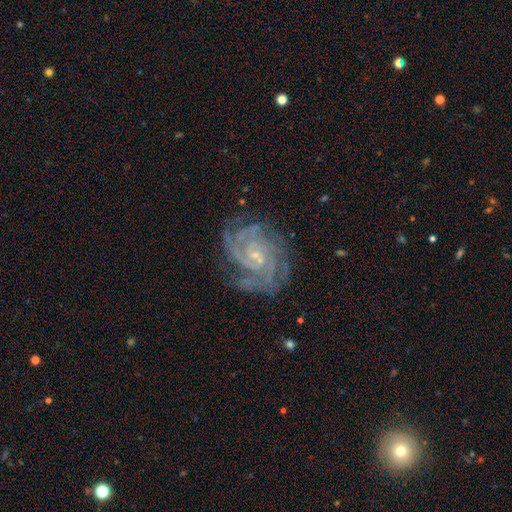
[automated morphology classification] Smooth or featured?
  - featured or disk: 89% *
  - star or artifact: 7%
  - smooth: 4%
Edge-on disk?
  - no: 98% *
  - yes: 2%
Bar?
  - no: 51% *
  - weak: 38%
  - strong: 11%
Spiral arms?
  - yes: 98% *
  - no: 2%
Spiral winding?
  - tight: 72% *
  - medium: 24%
  - loose: 4%
Spiral arm count?
  - 4: 24% *
  - 3: 22%
  - can't tell: 18%
  - 2: 17%
  - more than 4: 11%
  - 1: 8%
Bulge size?
  - small: 78% *
  - moderate: 15%
  - none: 5%
  - large: 1%
  - dominant: 1%
Merging?
  - none: 77% *
  - minor disturbance: 16%
  - major disturbance: 6%
  - merger: 2%